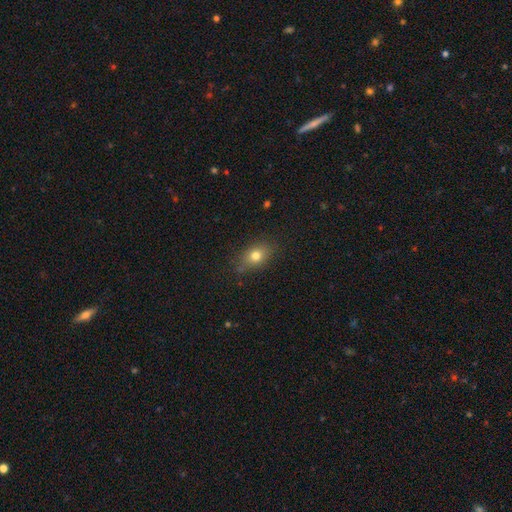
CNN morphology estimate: Overall: smooth (77%). How rounded: in between (67%; round 30%). Merging: none (77%).